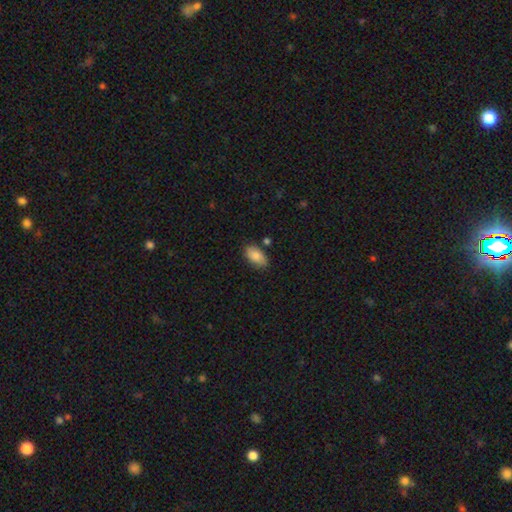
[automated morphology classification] This appears to be a smooth galaxy with no disk features (84%) that is in between round and cigar-shaped (93%). Merging: none (79%).